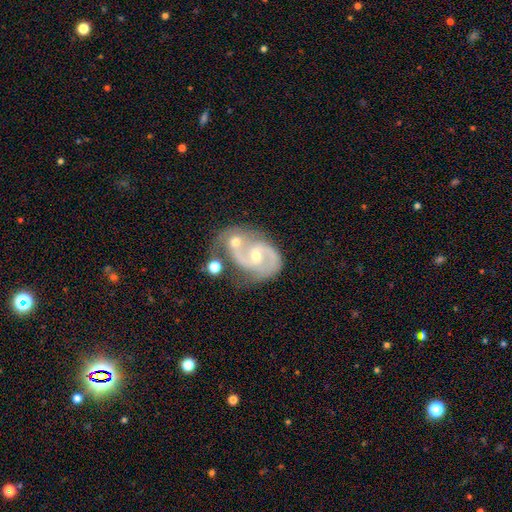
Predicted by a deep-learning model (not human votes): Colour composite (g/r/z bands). It shows a featured or disk galaxy (89%) with no bar (43%), 2 (88%) medium (58%) spiral arms (96%) and a small central bulge (53%). Merging: merger (47%).